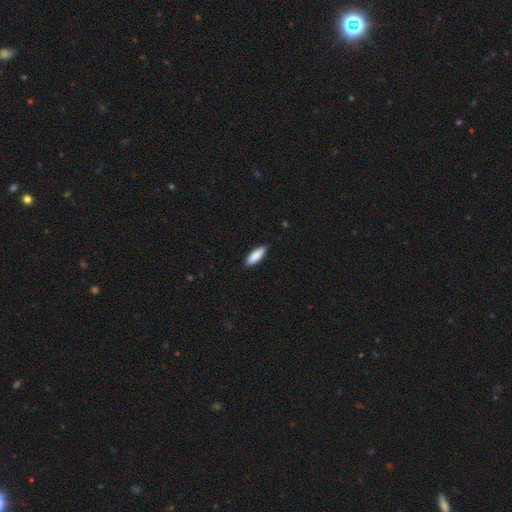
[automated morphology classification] The model was most divided on "how rounded": in between: 55%, cigar-shaped: 43%, round: 2%. More confident: merging — none (88%); smooth or featured — smooth (88%).